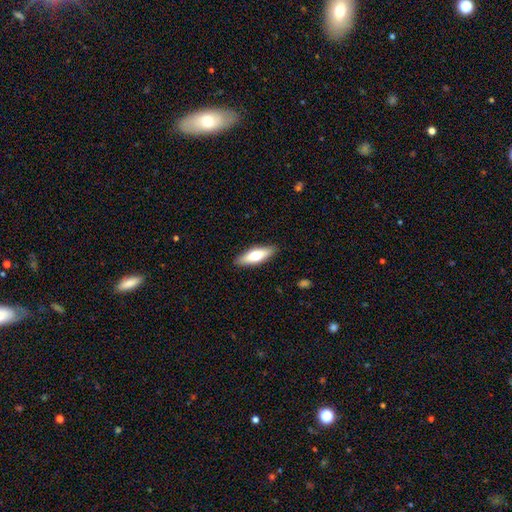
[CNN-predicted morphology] Smooth or featured? Predicted: smooth (p=0.61). How rounded? Predicted: in between (p=0.52). Merging? Predicted: none (p=0.89).